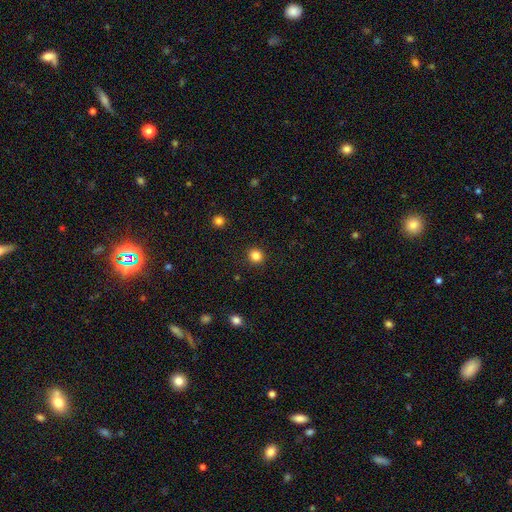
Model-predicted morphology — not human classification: A smooth galaxy with no disk features (84%) that is round (86%).

Vote fractions:
- Smooth or featured? smooth: 84% / star or artifact: 12% / featured or disk: 4%
- How rounded? round: 86% / in between: 13% / cigar-shaped: 1%
- Merging? none: 91% / minor disturbance: 6% / major disturbance: 2% / merger: 1%